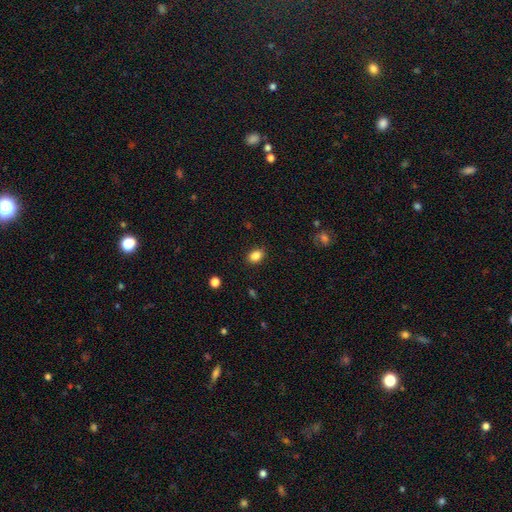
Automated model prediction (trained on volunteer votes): Smooth or featured: smooth — 85% (star or artifact — 10%)
How rounded: in between — 73% (round — 26%)
Merging: none — 86% (minor disturbance — 10%)